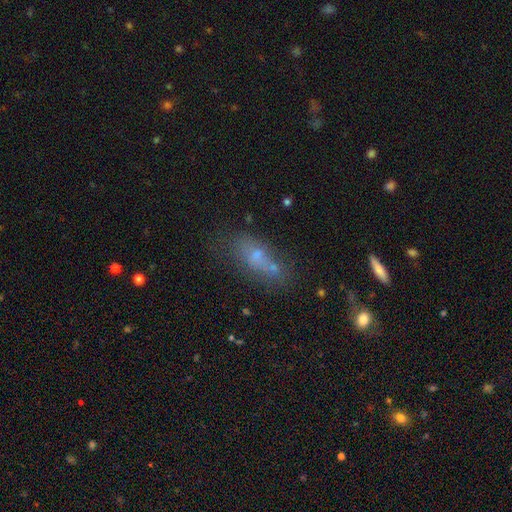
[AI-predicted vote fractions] A smooth galaxy with no disk features (56%) that is in between round and cigar-shaped (64%). Merging: none (44%).